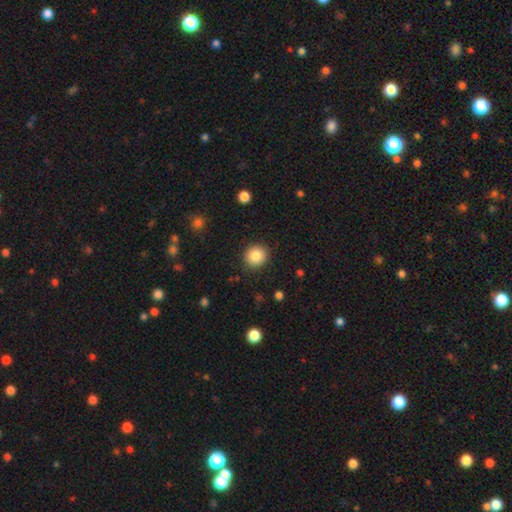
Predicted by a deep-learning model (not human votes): smooth_or_featured: smooth (p=0.86) [alt: star or artifact p=0.09]
how_rounded: round (p=0.87) [alt: in between p=0.12]
merging: none (p=0.90) [alt: minor disturbance p=0.07]